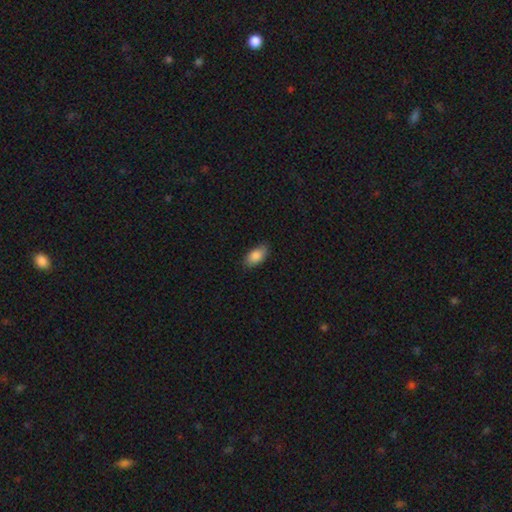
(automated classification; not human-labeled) Smooth or featured? smooth (86%)
How rounded? in between (92%)
Merging? none (83%)